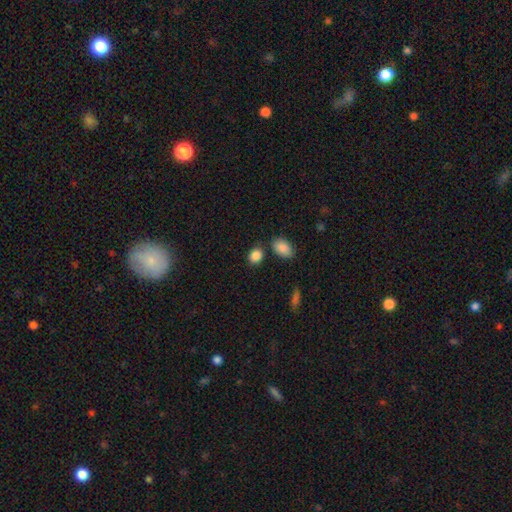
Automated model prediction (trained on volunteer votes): This is clearly a smooth galaxy (87%). How rounded: likely in between (61%). Merging: likely none (74%).